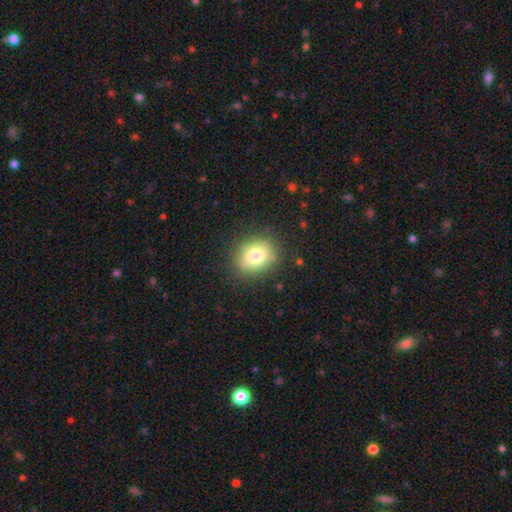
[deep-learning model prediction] Smooth or featured? Predicted: smooth (p=0.78). How rounded? Predicted: in between (p=0.50). Merging? Predicted: none (p=0.82).